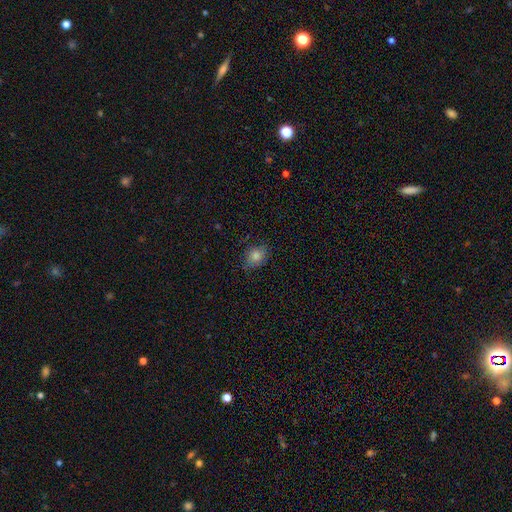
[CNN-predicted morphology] smooth 76%, star or artifact 14%, featured or disk 10%. Down the decision tree: how rounded — round (50%); merging — none (79%).